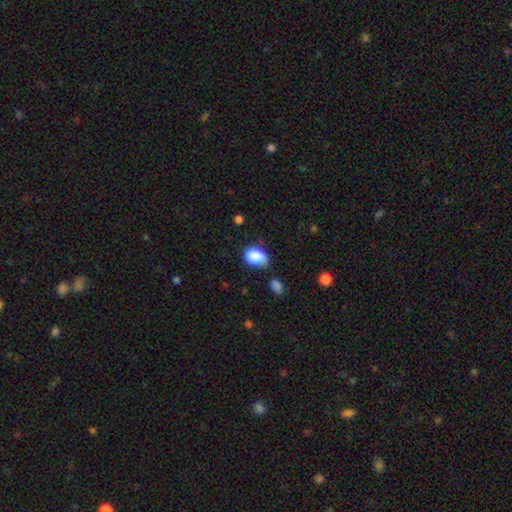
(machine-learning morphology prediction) Smooth or featured? Predicted: smooth (p=0.84). How rounded? Predicted: in between (p=0.78). Merging? Predicted: none (p=0.44).